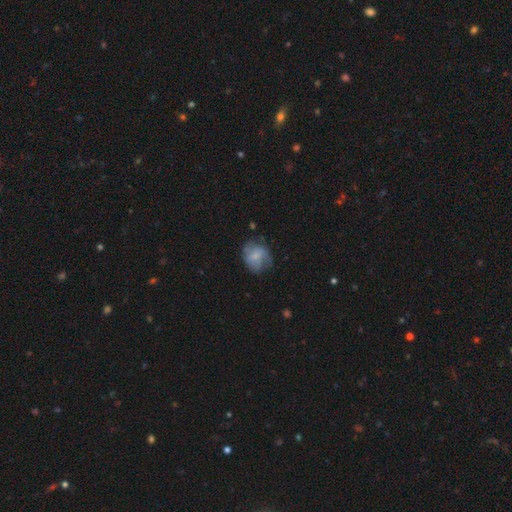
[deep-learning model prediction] This is possibly a smooth galaxy (55%). How rounded: likely round (63%). Merging: possibly none (54%).